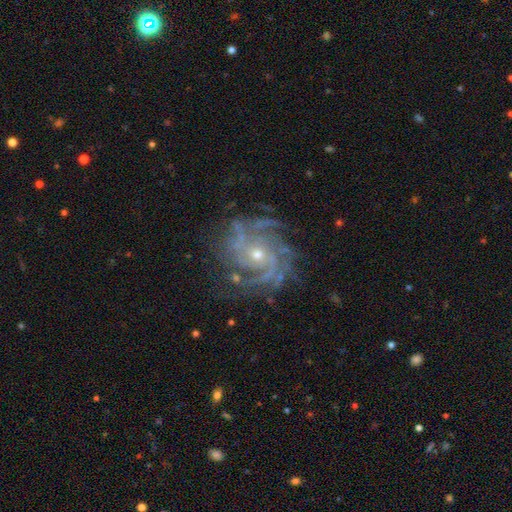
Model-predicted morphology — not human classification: Smooth or featured? Predicted: featured or disk (p=0.84). Edge-on disk? Predicted: no (p=0.97). Bar? Predicted: no (p=0.71). Spiral arms? Predicted: yes (p=0.97). Spiral winding? Predicted: tight (p=0.57). Spiral arm count? Predicted: can't tell (p=0.24). Bulge size? Predicted: small (p=0.62). Merging? Predicted: none (p=0.77).